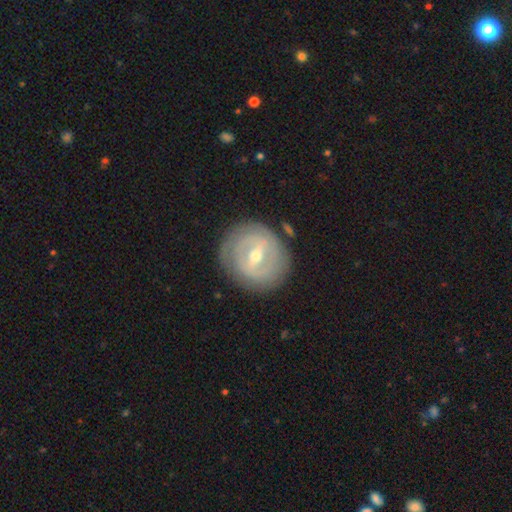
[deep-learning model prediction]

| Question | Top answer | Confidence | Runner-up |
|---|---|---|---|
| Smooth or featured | featured or disk | 77% | smooth (18%) |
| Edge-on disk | no | 95% | yes (5%) |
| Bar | strong | 45% | weak (43%) |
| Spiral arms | yes | 67% | no (33%) |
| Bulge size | moderate | 55% | small (42%) |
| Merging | none | 82% | minor disturbance (12%) |